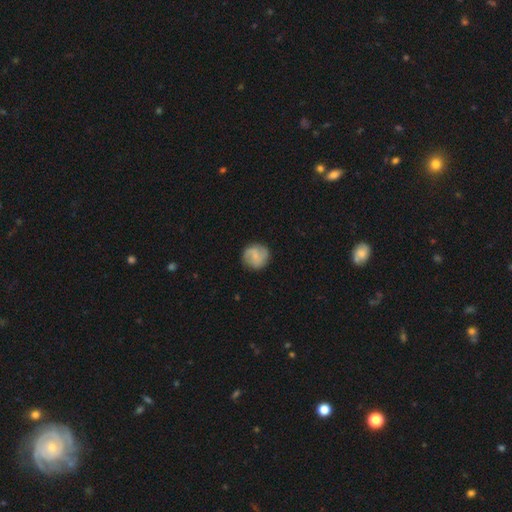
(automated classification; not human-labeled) Overall: smooth (49%; featured or disk 44%). Merging: none (84%).